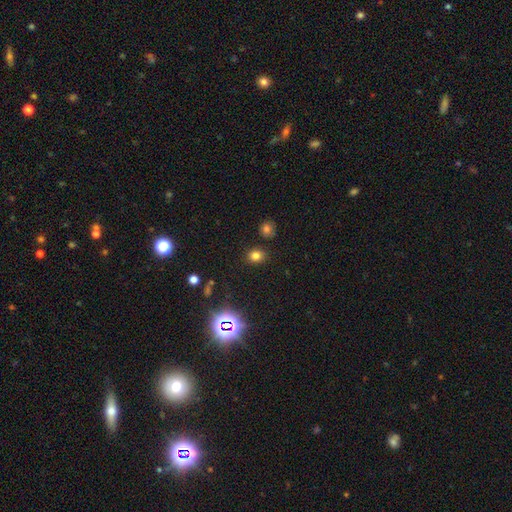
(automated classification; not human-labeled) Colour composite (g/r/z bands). It shows a smooth galaxy with no disk features (76%) that is round (65%). Merging: none (86%).